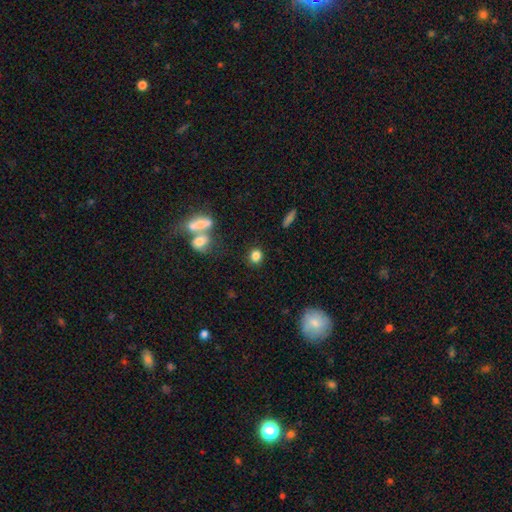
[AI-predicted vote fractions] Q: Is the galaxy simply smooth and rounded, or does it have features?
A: smooth — 83%.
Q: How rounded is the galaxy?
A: round — 76%.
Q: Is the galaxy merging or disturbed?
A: none — 81%.